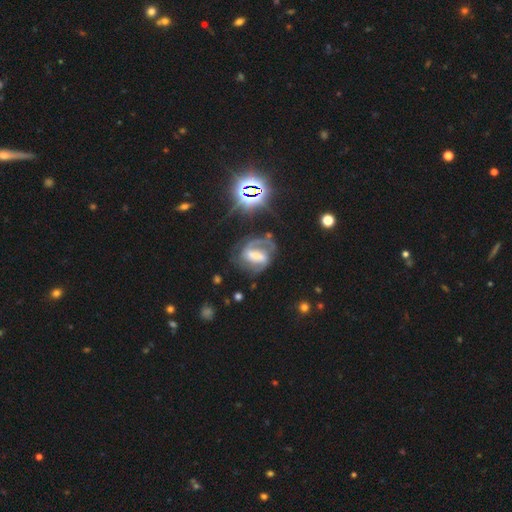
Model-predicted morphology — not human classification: A featured or disk galaxy (77%) with a strong bar (51%), 2 (69%) medium (48%) spiral arms (91%) and a small central bulge (33%). Merging: none (55%).